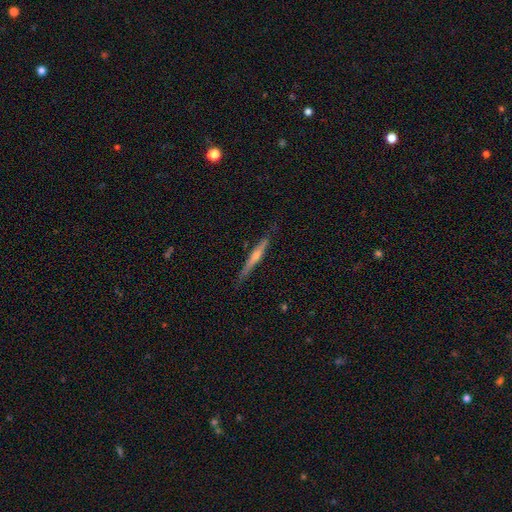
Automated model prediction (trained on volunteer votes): This appears to be a featured or disk galaxy (73%) viewed edge-on (97%) with a rounded central bulge (78%). Merging: none (86%).